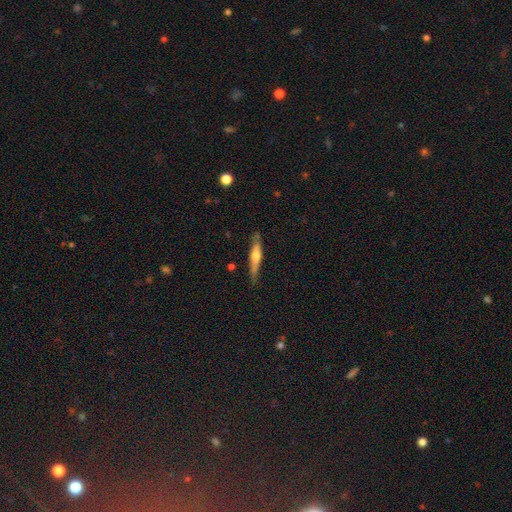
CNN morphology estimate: A featured or disk galaxy (55%) viewed edge-on (93%) with a rounded central bulge (80%). Merging: none (79%).